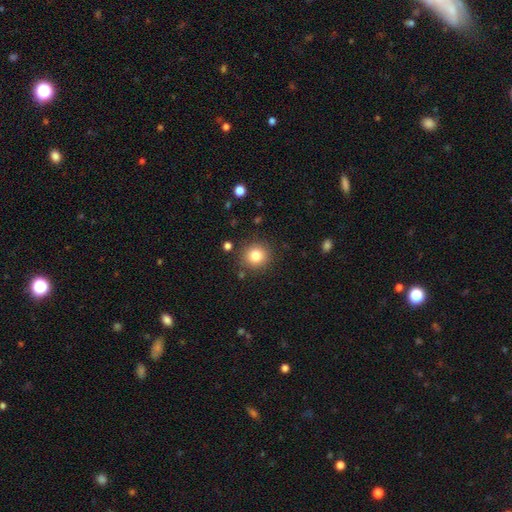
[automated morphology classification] A smooth galaxy with no disk features (82%) that is round (91%). Merging: none (87%).